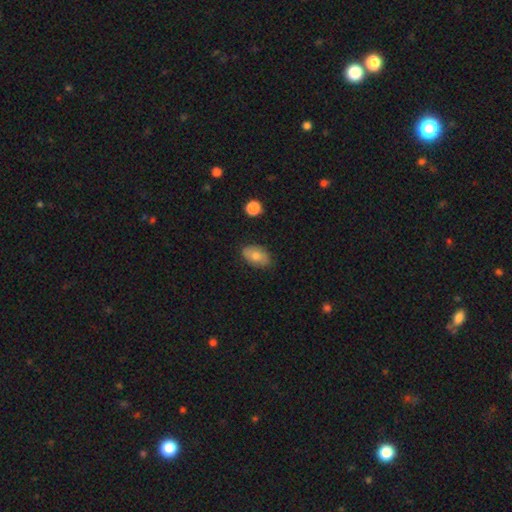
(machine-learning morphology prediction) smooth 73%, featured or disk 19%, star or artifact 8%. Down the decision tree: how rounded — in between (90%); merging — none (82%).